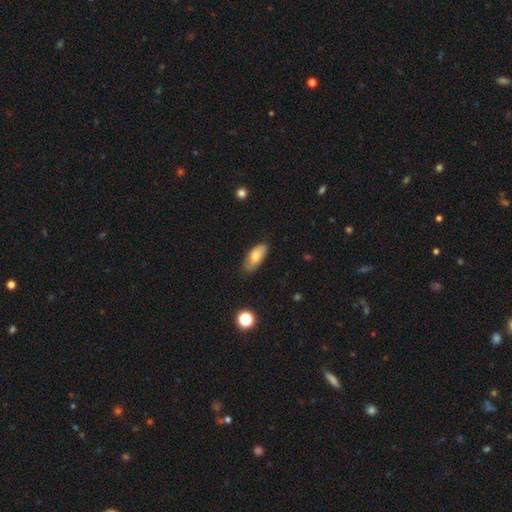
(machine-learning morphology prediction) Smooth or featured? smooth (73%)
How rounded? in between (87%)
Merging? none (80%)